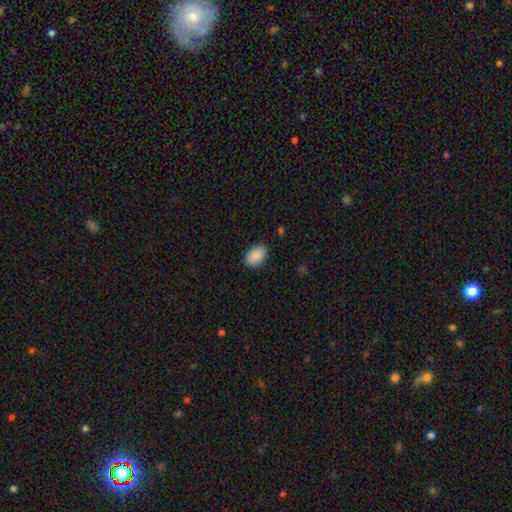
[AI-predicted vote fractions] A smooth galaxy with no disk features (90%) that is in between round and cigar-shaped (87%).

Vote fractions:
- Smooth or featured? smooth: 90% / star or artifact: 6% / featured or disk: 4%
- How rounded? in between: 87% / round: 12% / cigar-shaped: 1%
- Merging? none: 86% / minor disturbance: 11% / major disturbance: 2% / merger: 1%